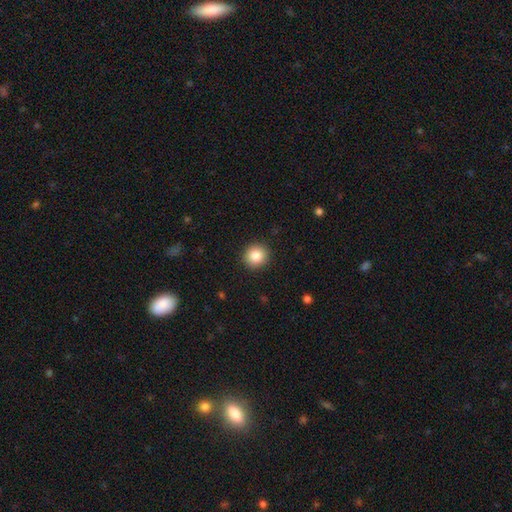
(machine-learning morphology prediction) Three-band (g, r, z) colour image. It shows a smooth galaxy with no disk features (85%) that is round (90%). Merging: none (92%).